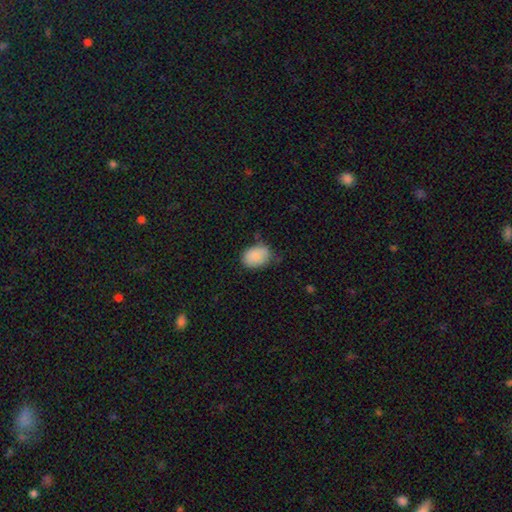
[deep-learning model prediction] Overall: smooth (85%). How rounded: in between (74%). Merging: none (67%).